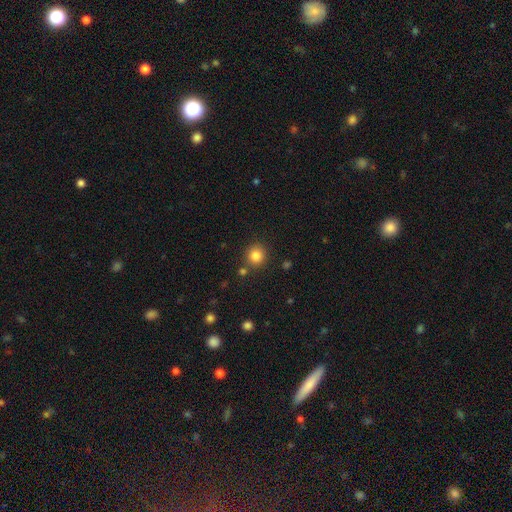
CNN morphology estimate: smooth 84%, star or artifact 11%, featured or disk 5%. Down the decision tree: how rounded — round (91%); merging — none (83%).